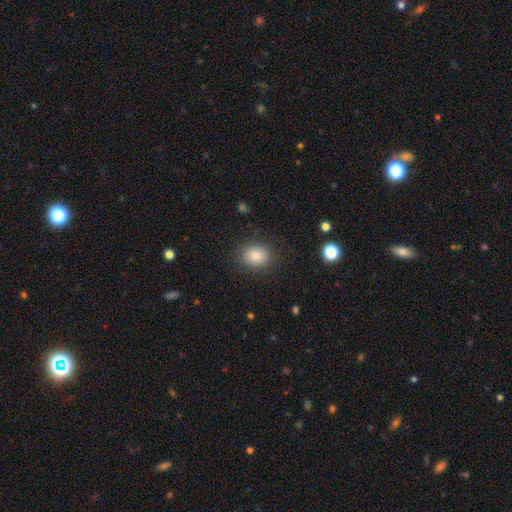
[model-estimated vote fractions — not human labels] Smooth or featured: smooth — 83% (star or artifact — 10%)
How rounded: round — 54% (in between — 45%)
Merging: none — 86% (minor disturbance — 9%)